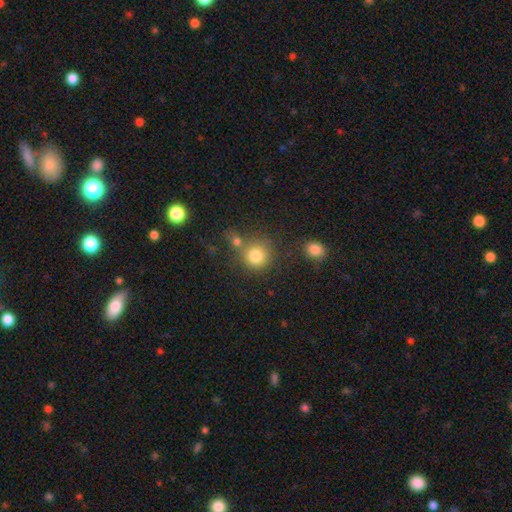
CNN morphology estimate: The model was most divided on "merging": none: 62%, merger: 23%, minor disturbance: 10%, major disturbance: 5%. More confident: how rounded — round (90%); smooth or featured — smooth (81%).